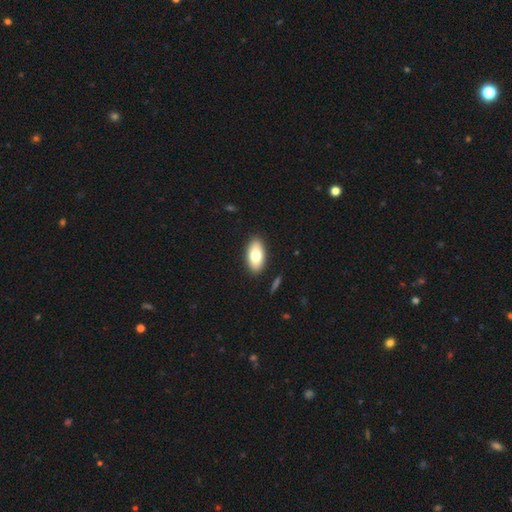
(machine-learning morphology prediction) The model was most divided on "smooth or featured": smooth: 76%, featured or disk: 17%, star or artifact: 6%. More confident: how rounded — in between (92%); merging — none (89%).